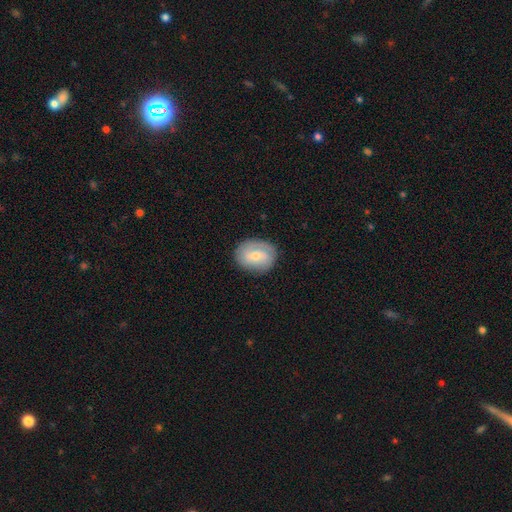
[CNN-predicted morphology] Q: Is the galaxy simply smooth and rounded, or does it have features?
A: featured or disk — 48%.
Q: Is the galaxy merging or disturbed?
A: none — 80%.